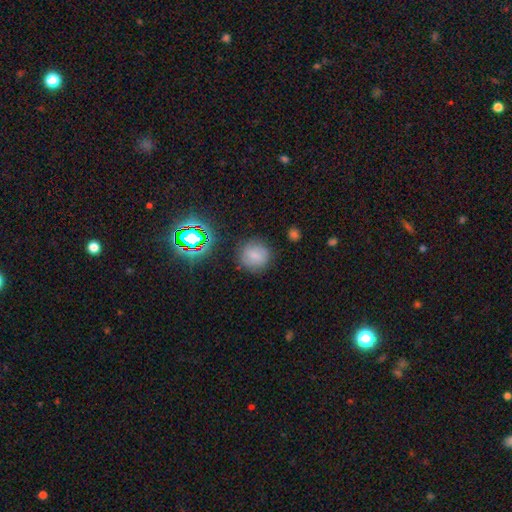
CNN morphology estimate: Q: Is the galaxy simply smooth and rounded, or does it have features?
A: smooth — 70%.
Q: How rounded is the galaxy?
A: round — 88%.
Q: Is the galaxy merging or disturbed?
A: none — 82%.